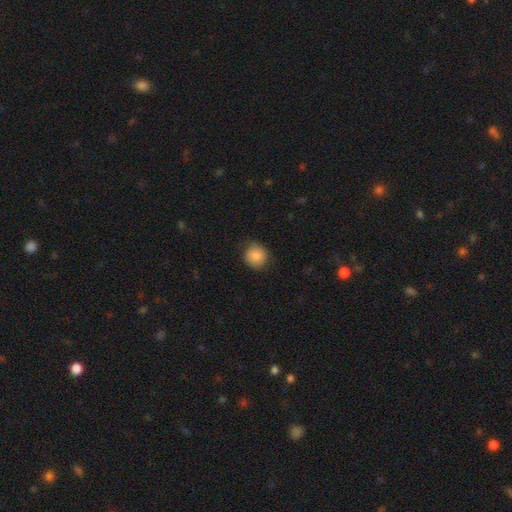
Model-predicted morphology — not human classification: A smooth galaxy with no disk features (84%) that is round (91%). Merging: none (77%).